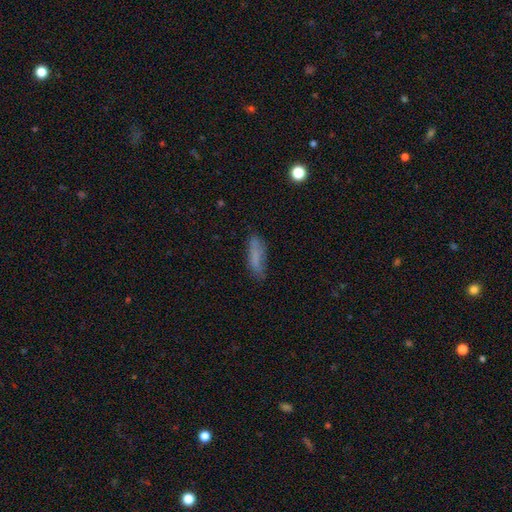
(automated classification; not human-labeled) smooth-or-featured: smooth: 73% | featured or disk: 17% | star or artifact: 10%
  how-rounded: cigar-shaped: 61% | in between: 37% | round: 2%
  merging: none: 67% | minor disturbance: 23% | major disturbance: 7% | merger: 2%